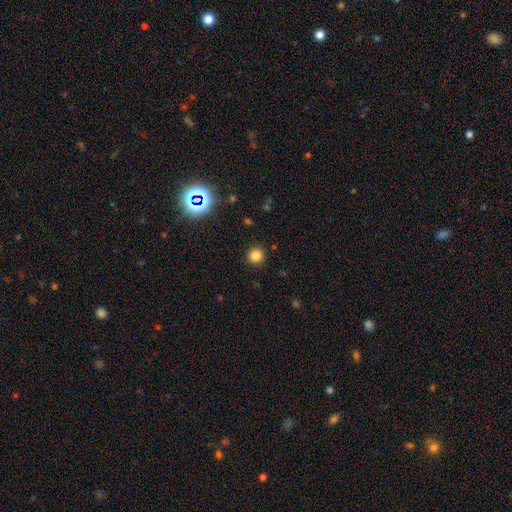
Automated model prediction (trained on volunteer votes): Smooth or featured? Predicted: smooth (p=0.82). How rounded? Predicted: round (p=0.93). Merging? Predicted: none (p=0.90).